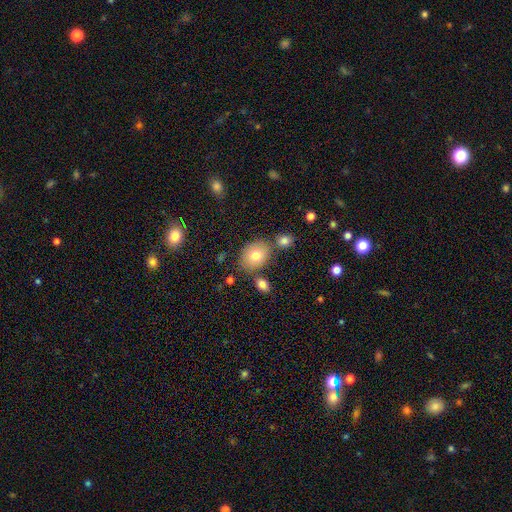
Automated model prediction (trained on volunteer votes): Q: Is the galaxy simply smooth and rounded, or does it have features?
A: smooth — 77%.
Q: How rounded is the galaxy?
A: in between — 55%.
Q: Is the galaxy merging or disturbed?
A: none — 71%.